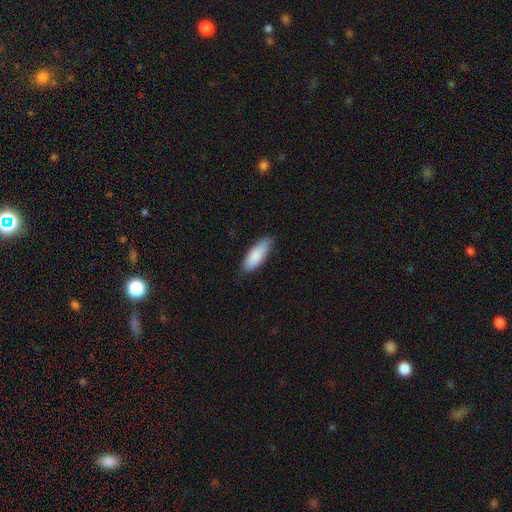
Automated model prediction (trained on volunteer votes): This is clearly a smooth galaxy (87%). How rounded: likely in between (72%). Merging: clearly none (82%).